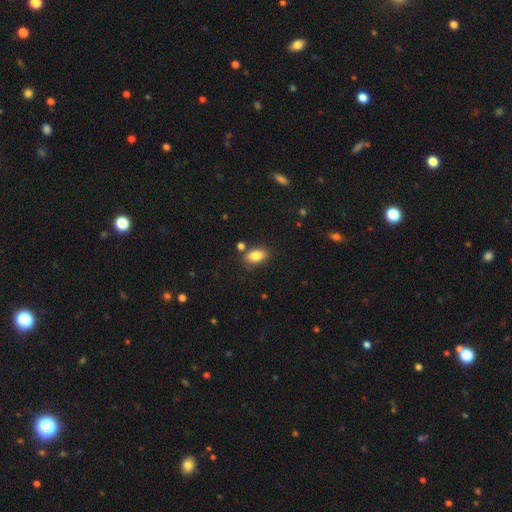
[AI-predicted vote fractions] The model was most divided on "merging": none: 78%, minor disturbance: 12%, merger: 7%, major disturbance: 3%. More confident: how rounded — in between (88%); smooth or featured — smooth (84%).